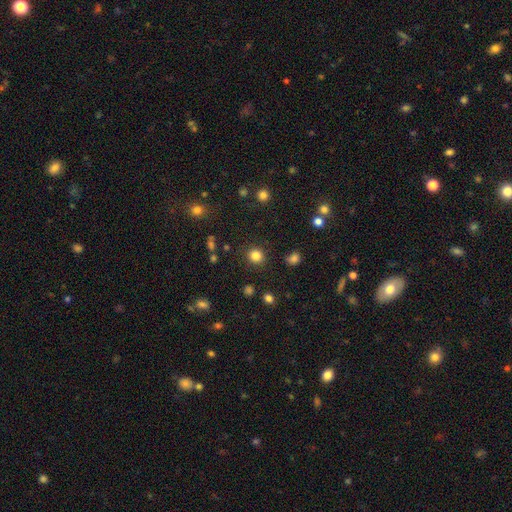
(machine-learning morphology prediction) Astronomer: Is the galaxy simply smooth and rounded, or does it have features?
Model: smooth — 83%.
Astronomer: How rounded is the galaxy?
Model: round — 90%.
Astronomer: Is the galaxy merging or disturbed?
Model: none — 89%.